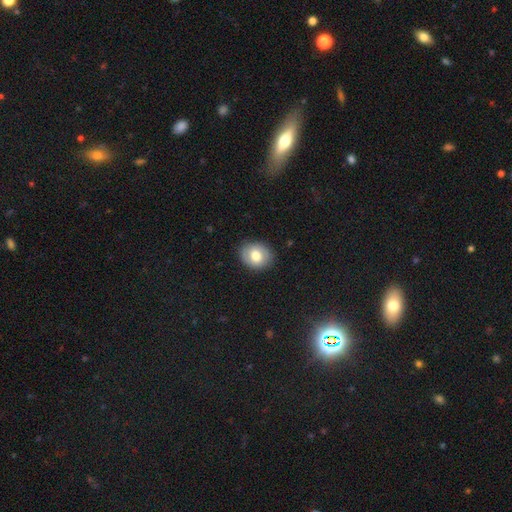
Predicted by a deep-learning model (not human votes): A smooth galaxy with no disk features (70%) that is round (62%). Merging: none (85%).